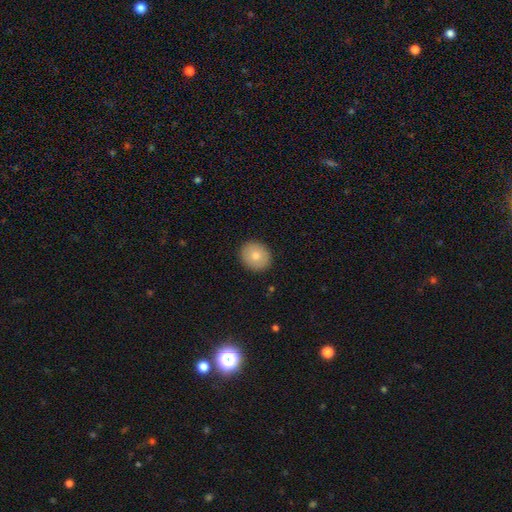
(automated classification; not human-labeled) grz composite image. It shows a smooth galaxy with no disk features (77%) that is round (83%). Merging: none (91%).